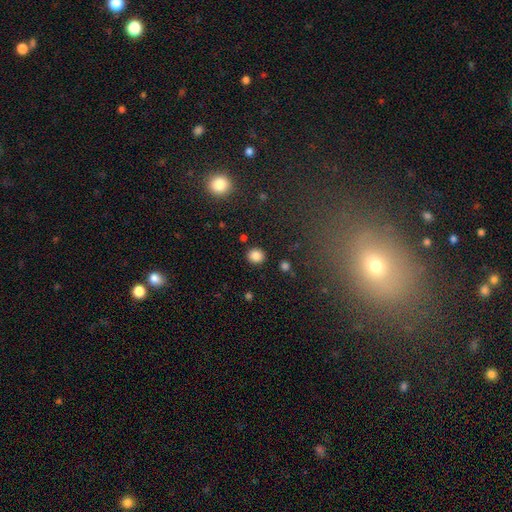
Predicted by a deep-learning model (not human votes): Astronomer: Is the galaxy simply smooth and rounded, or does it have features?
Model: smooth — 85%.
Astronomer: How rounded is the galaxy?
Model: round — 80%.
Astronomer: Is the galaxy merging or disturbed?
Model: none — 87%.